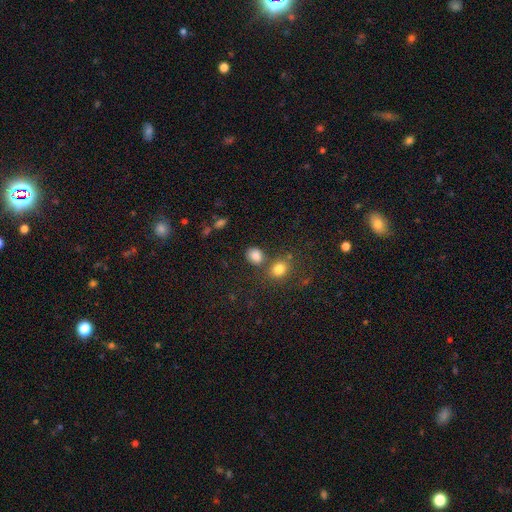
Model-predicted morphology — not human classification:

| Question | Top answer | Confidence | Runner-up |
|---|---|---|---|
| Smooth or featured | smooth | 82% | star or artifact (12%) |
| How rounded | round | 56% | in between (43%) |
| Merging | none | 68% | merger (17%) |